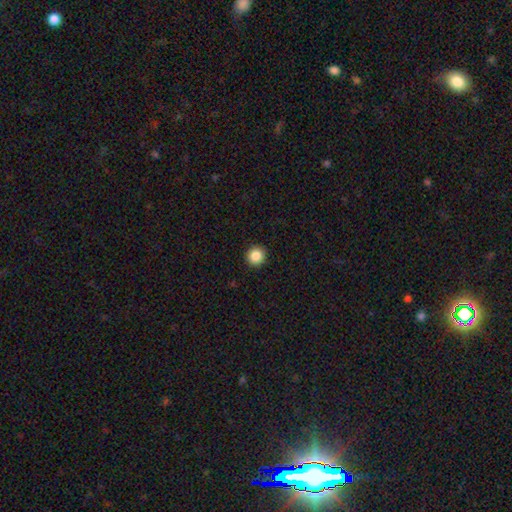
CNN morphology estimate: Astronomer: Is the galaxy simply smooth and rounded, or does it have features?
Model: smooth — 86%.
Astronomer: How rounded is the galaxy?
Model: round — 93%.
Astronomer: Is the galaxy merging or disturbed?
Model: none — 93%.